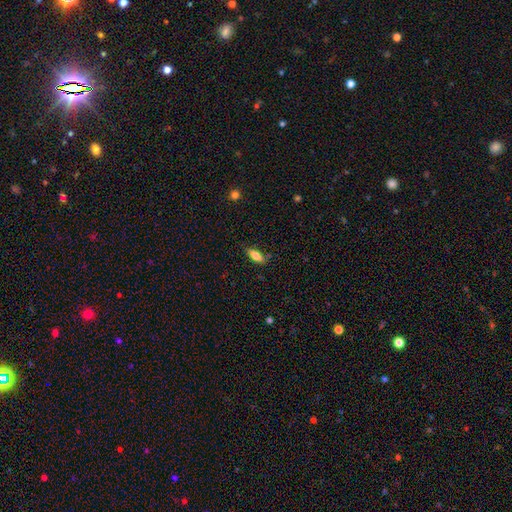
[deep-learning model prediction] Overall: smooth (76%). How rounded: in between (68%; cigar-shaped 30%). Merging: none (80%).